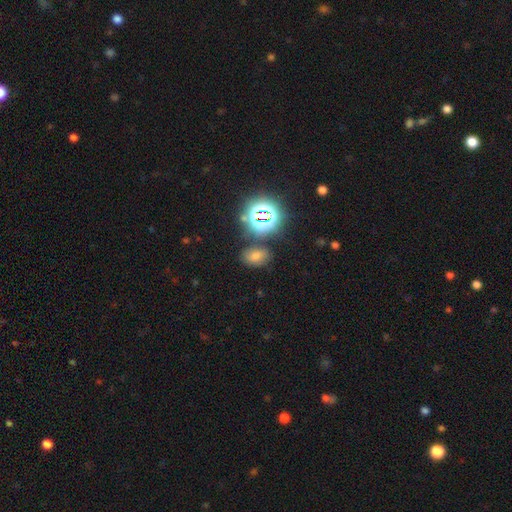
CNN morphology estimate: Smooth or featured? Predicted: smooth (p=0.52). How rounded? Predicted: in between (p=0.75). Merging? Predicted: none (p=0.79).